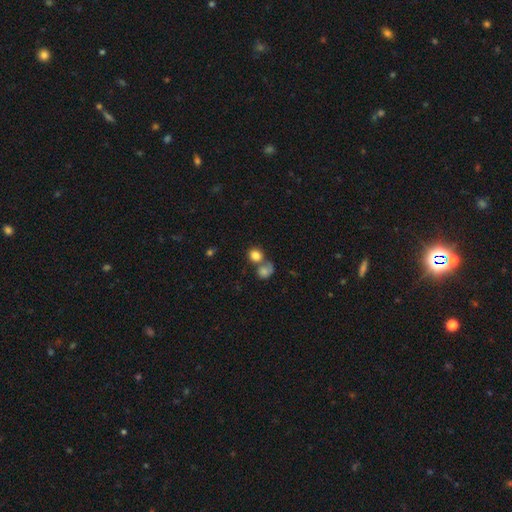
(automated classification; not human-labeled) This appears to be a smooth galaxy with no disk features (81%) that is round (74%). Merging: merger (44%).